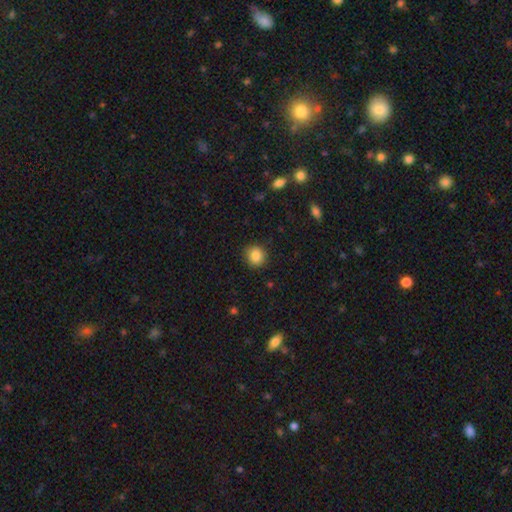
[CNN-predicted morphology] This is clearly a smooth galaxy (86%). How rounded: clearly round (84%). Merging: clearly none (90%).